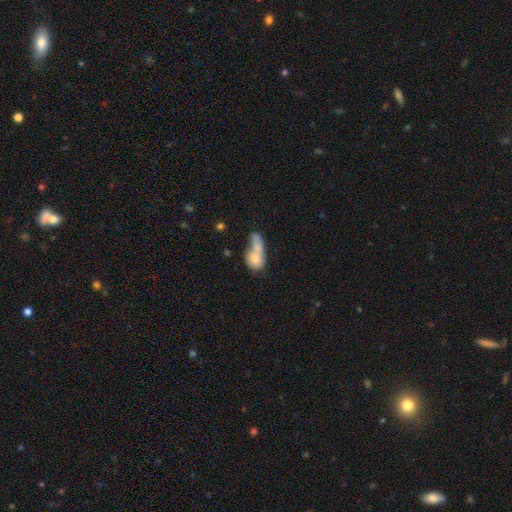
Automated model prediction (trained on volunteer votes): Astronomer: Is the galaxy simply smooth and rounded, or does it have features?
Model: smooth — 70%.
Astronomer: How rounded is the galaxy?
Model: in between — 62%.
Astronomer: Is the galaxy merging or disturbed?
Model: merger — 67%.